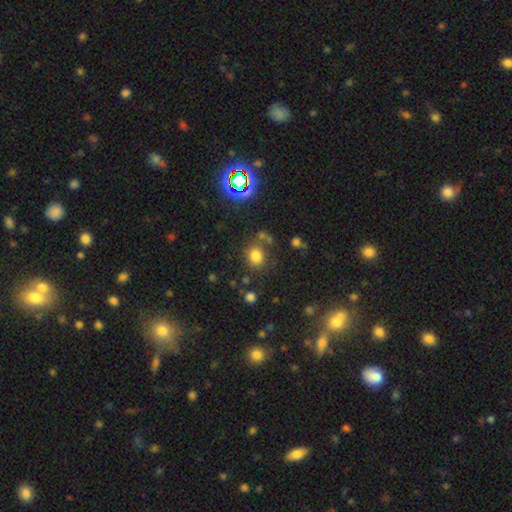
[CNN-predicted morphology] A smooth galaxy with no disk features (76%) that is round (68%).

Vote fractions:
- Smooth or featured? smooth: 76% / star or artifact: 17% / featured or disk: 6%
- How rounded? round: 68% / in between: 31% / cigar-shaped: 1%
- Merging? none: 73% / minor disturbance: 12% / merger: 9% / major disturbance: 5%